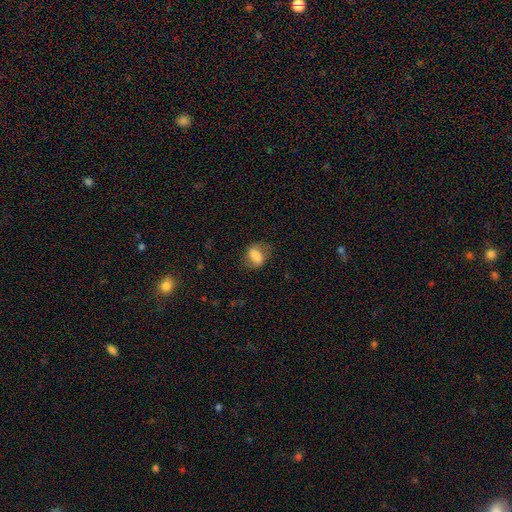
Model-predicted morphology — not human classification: Smooth or featured?
  - smooth: 72% *
  - featured or disk: 19%
  - star or artifact: 9%
How rounded?
  - in between: 72% *
  - round: 25%
  - cigar-shaped: 3%
Merging?
  - none: 67% *
  - minor disturbance: 21%
  - major disturbance: 10%
  - merger: 1%